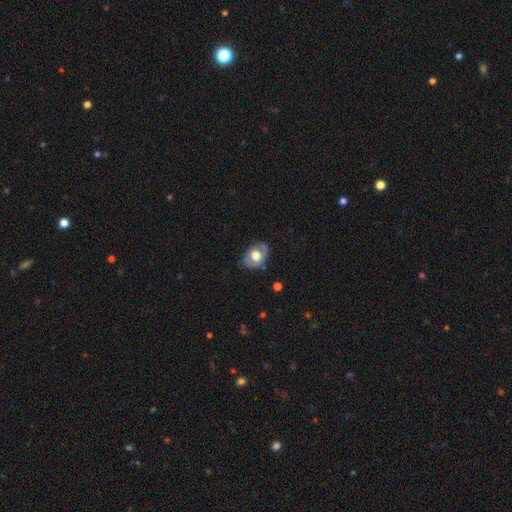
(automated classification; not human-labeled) This appears to be a smooth galaxy with no disk features (48%). Merging: none (72%).